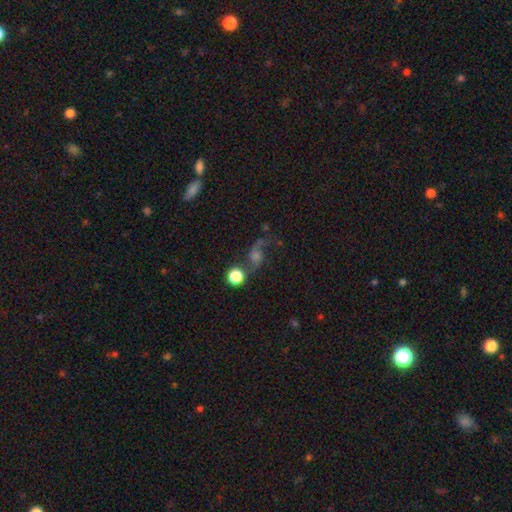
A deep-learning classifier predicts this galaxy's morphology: Smooth or featured? Predicted: featured or disk (p=0.56). Edge-on disk? Predicted: no (p=0.94). Bar? Predicted: no (p=0.67). Spiral arms? Predicted: yes (p=0.89). Bulge size? Predicted: moderate (p=0.33). Merging? Predicted: none (p=0.56).